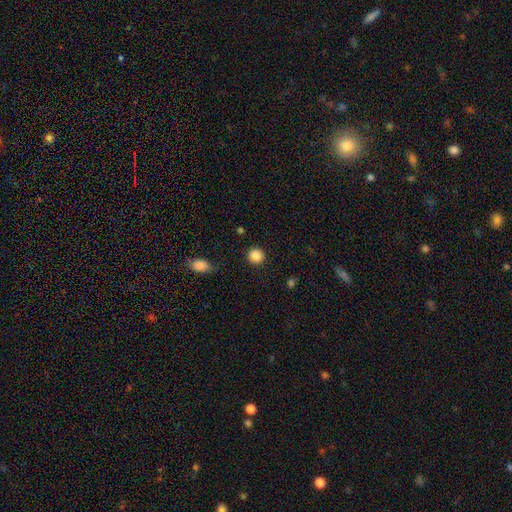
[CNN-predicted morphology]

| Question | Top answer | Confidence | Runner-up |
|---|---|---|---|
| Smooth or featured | smooth | 87% | star or artifact (10%) |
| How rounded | round | 94% | in between (6%) |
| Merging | none | 90% | minor disturbance (6%) |